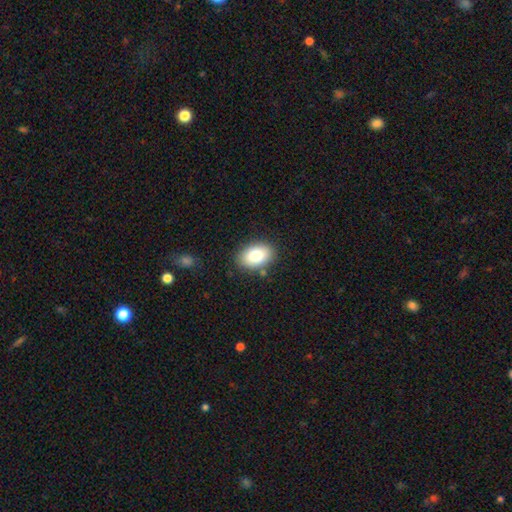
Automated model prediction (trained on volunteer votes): A smooth galaxy with no disk features (81%) that is in between round and cigar-shaped (86%).

Vote fractions:
- Smooth or featured? smooth: 81% / featured or disk: 11% / star or artifact: 8%
- How rounded? in between: 86% / round: 13% / cigar-shaped: 1%
- Merging? none: 84% / minor disturbance: 11% / major disturbance: 3% / merger: 2%